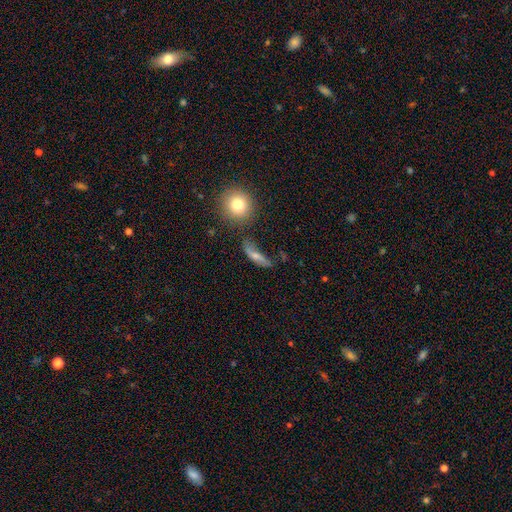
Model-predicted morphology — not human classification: smooth_or_featured: smooth (p=0.52) [alt: featured or disk p=0.37]
how_rounded: cigar-shaped (p=0.50) [alt: in between p=0.42]
merging: none (p=0.50) [alt: minor disturbance p=0.24]